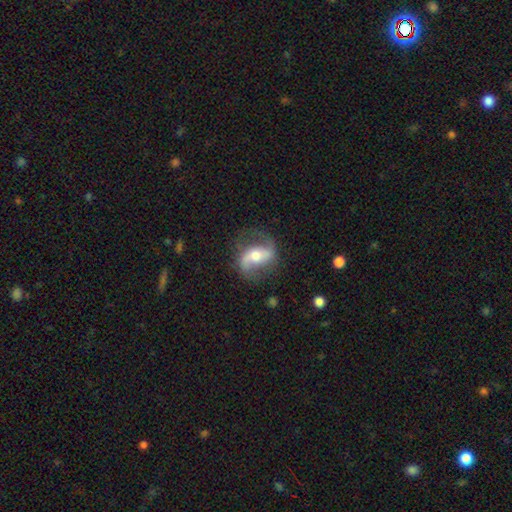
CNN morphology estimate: A featured or disk galaxy (80%) with a strong bar (40%), 2 (90%) loose (58%) spiral arms (91%) and a moderate central bulge (65%).

Vote fractions:
- Smooth or featured? featured or disk: 80% / smooth: 14% / star or artifact: 6%
- Edge-on disk? no: 94% / yes: 6%
- Bar? strong: 40% / weak: 33% / no: 28%
- Spiral arms? yes: 91% / no: 9%
- Spiral winding? loose: 58% / medium: 33% / tight: 9%
- Spiral arm count? 2: 90% / 1: 4% / can't tell: 4% / 3: 1% / 4: 1% / more than 4: 1%
- Bulge size? moderate: 65% / small: 22% / large: 10% / none: 2% / dominant: 2%
- Merging? none: 73% / minor disturbance: 16% / major disturbance: 10% / merger: 2%